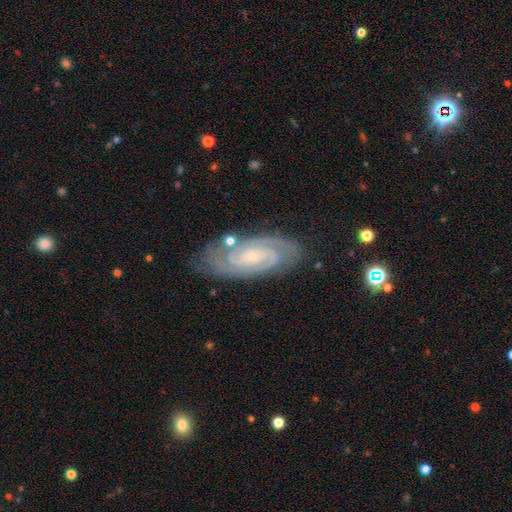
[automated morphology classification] featured or disk 86%, smooth 7%, star or artifact 6%. Down the decision tree: edge-on disk — no (94%); bar — no (48%); spiral arms — yes (98%); spiral arm count — 2 (64%); spiral winding — tight (69%); bulge size — small (67%); merging — none (80%).